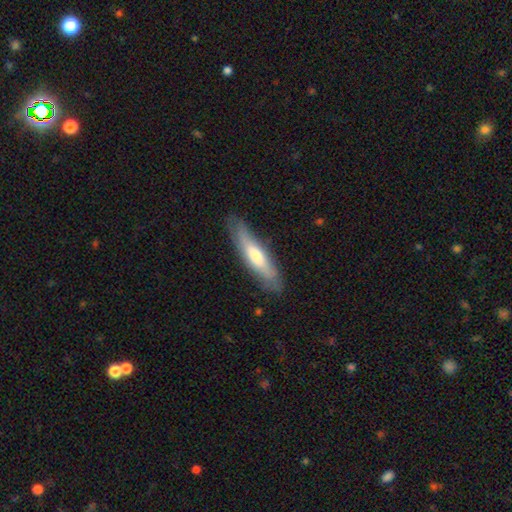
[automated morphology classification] A smooth galaxy with no disk features (55%) that is cigar-shaped (79%).

Vote fractions:
- Smooth or featured? smooth: 55% / featured or disk: 40% / star or artifact: 6%
- How rounded? cigar-shaped: 79% / in between: 20% / round: 1%
- Merging? none: 80% / minor disturbance: 15% / major disturbance: 3% / merger: 1%